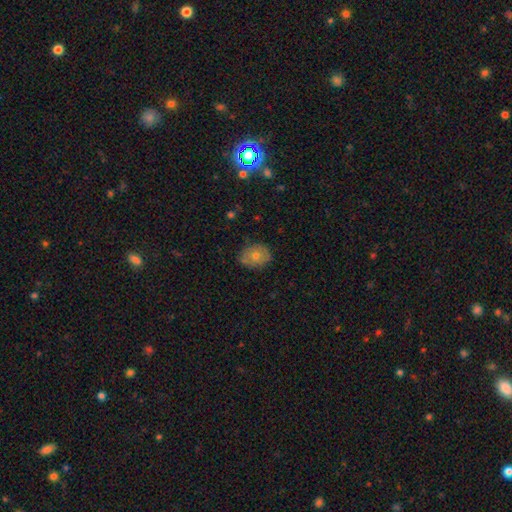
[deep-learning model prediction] Overall: smooth (63%; featured or disk 24%). How rounded: round (51%; in between 48%). Merging: none (80%).